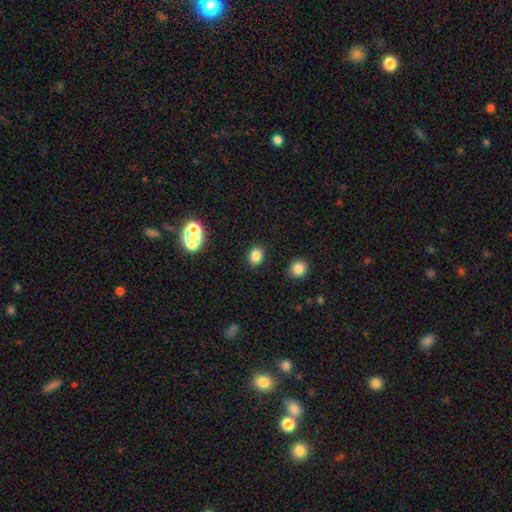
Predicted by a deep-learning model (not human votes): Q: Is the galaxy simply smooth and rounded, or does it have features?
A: smooth — 82%.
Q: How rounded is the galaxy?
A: in between — 50%.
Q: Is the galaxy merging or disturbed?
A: none — 87%.